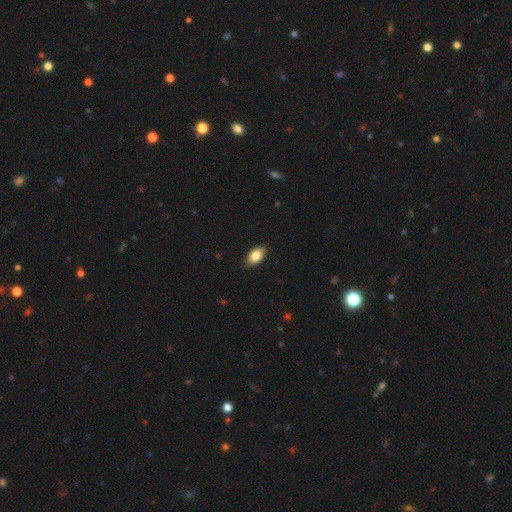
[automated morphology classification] Q: Smooth or featured?
A: smooth (85%); runner-up: featured or disk (8%)
Q: How rounded?
A: in between (90%); runner-up: round (7%)
Q: Merging?
A: none (85%); runner-up: minor disturbance (12%)